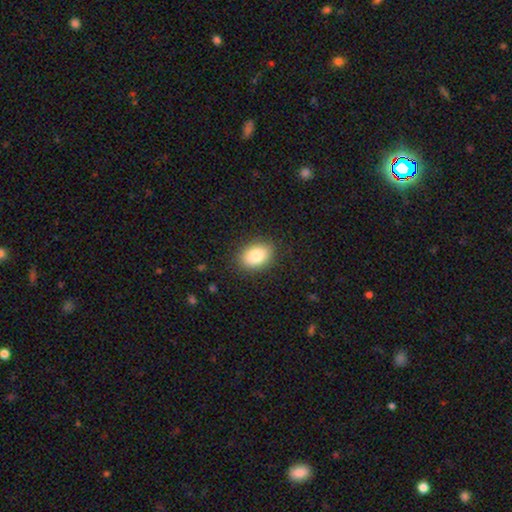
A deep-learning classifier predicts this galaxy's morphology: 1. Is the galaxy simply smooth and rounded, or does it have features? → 84% smooth, 8% star or artifact, 8% featured or disk.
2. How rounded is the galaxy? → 77% in between, 22% round, 1% cigar-shaped.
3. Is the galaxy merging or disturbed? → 87% none, 9% minor disturbance, 3% major disturbance, 1% merger.